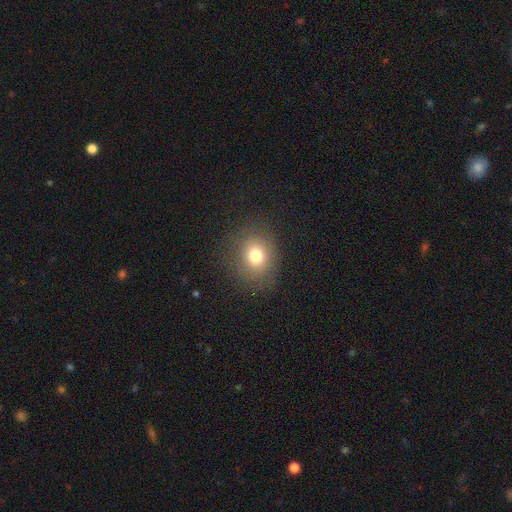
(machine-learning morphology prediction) smooth_or_featured: smooth (p=0.76) [alt: star or artifact p=0.14]
how_rounded: round (p=0.72) [alt: in between p=0.27]
merging: none (p=0.84) [alt: minor disturbance p=0.10]